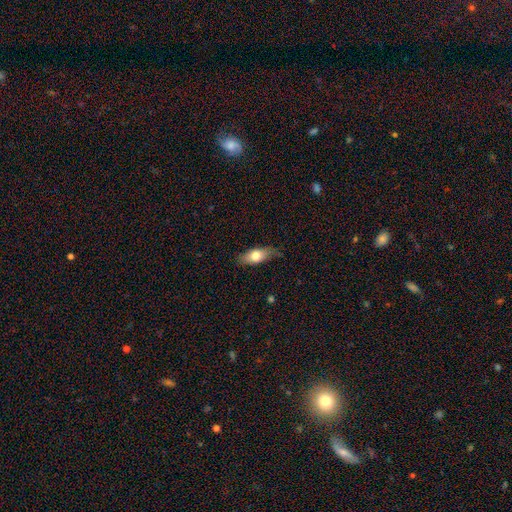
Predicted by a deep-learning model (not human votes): smooth 71%, featured or disk 23%, star or artifact 7%. Down the decision tree: how rounded — in between (77%); merging — none (74%).